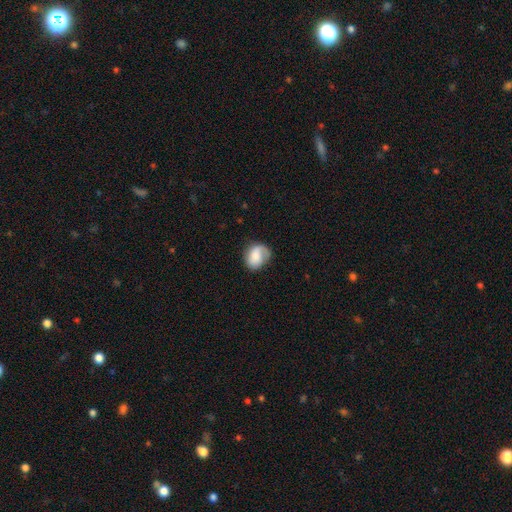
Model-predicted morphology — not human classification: smooth_or_featured: smooth (p=0.61) [alt: featured or disk p=0.32]
how_rounded: round (p=0.52) [alt: in between p=0.47]
merging: none (p=0.56) [alt: minor disturbance p=0.28]